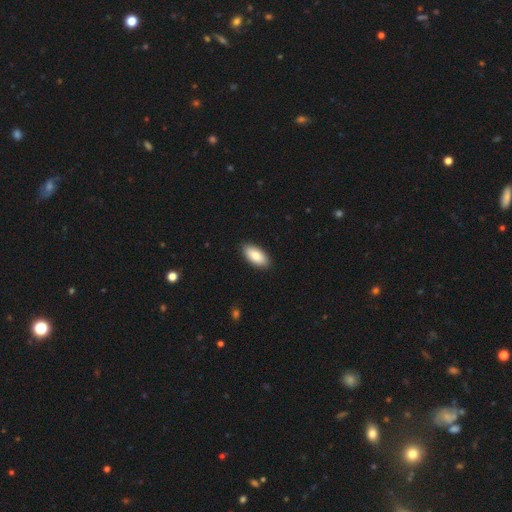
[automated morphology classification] A smooth galaxy with no disk features (84%) that is in between round and cigar-shaped (92%).

Vote fractions:
- Smooth or featured? smooth: 84% / featured or disk: 10% / star or artifact: 6%
- How rounded? in between: 92% / cigar-shaped: 6% / round: 2%
- Merging? none: 90% / minor disturbance: 7% / major disturbance: 2% / merger: 1%